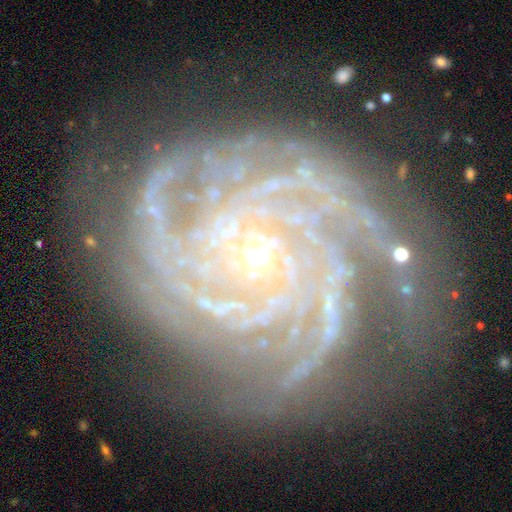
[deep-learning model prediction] The model was most divided on "spiral arm count": 4: 29%, more than 4: 25%, 3: 17%, can't tell: 12%, 2: 9%, 1: 7%. More confident: spiral arms — yes (98%); edge-on disk — no (98%); smooth or featured — featured or disk (91%); bulge size — small (83%); spiral winding — tight (78%); bar — no (74%); merging — none (73%).